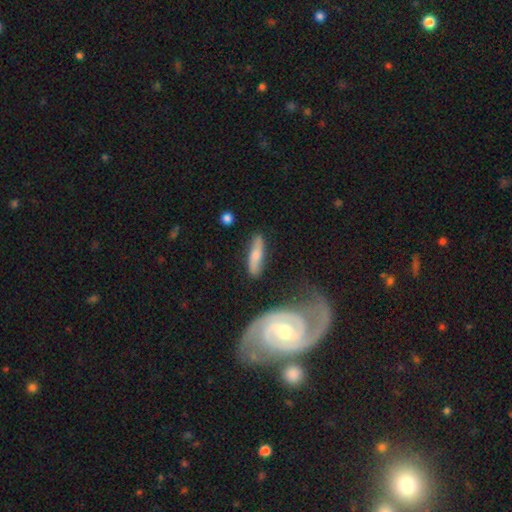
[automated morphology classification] type=smooth (58%); roundness=cigar-shaped (70%); merging=none (77%).